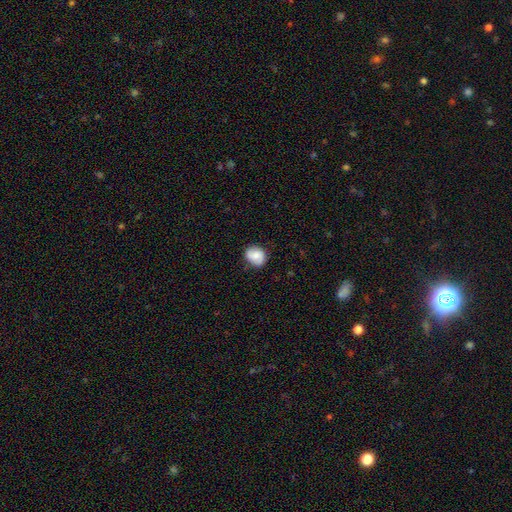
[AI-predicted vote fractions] smooth_or_featured: smooth (p=0.63) [alt: featured or disk p=0.29]
how_rounded: round (p=0.66) [alt: in between p=0.33]
merging: none (p=0.77) [alt: minor disturbance p=0.18]